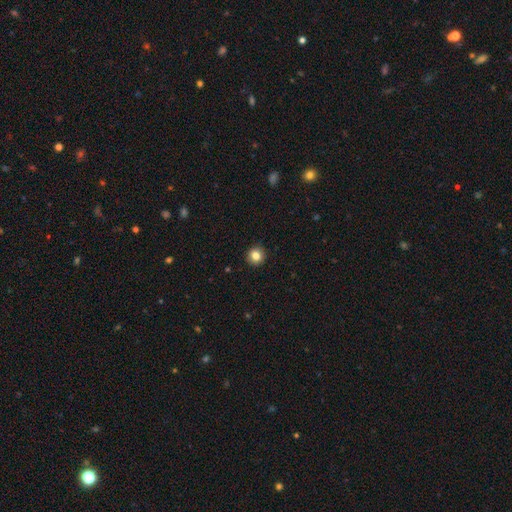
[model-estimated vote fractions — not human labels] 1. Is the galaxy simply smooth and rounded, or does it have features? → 83% smooth, 11% star or artifact, 6% featured or disk.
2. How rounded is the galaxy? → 94% round, 5% in between, 1% cigar-shaped.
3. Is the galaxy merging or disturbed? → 93% none, 5% minor disturbance, 1% major disturbance, 1% merger.